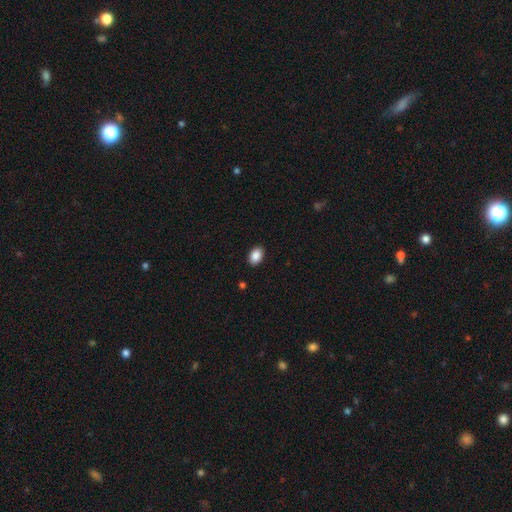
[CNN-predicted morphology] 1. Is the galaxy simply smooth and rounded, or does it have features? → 89% smooth, 8% star or artifact, 3% featured or disk.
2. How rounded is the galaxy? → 86% in between, 13% round, 1% cigar-shaped.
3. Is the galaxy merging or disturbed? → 89% none, 8% minor disturbance, 2% major disturbance, 1% merger.